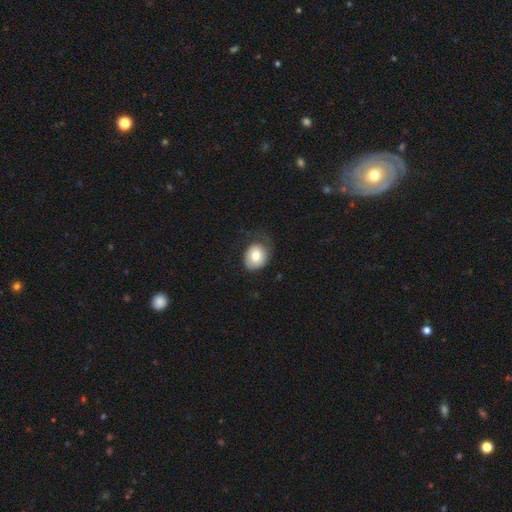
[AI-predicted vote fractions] Overall: smooth (76%). How rounded: round (57%; in between 42%). Merging: none (52%; minor disturbance 31%).